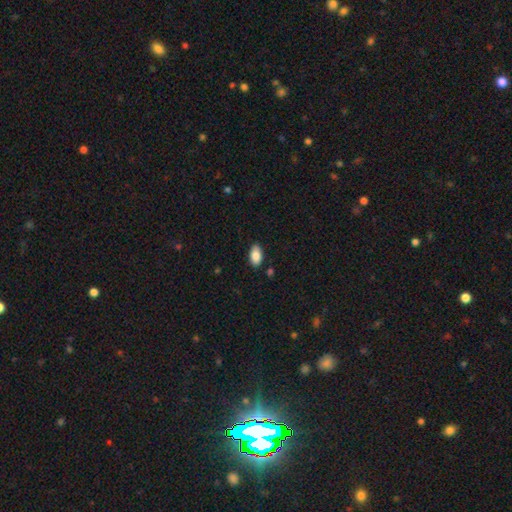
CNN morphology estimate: type=smooth (87%); roundness=in between (94%); merging=none (86%).